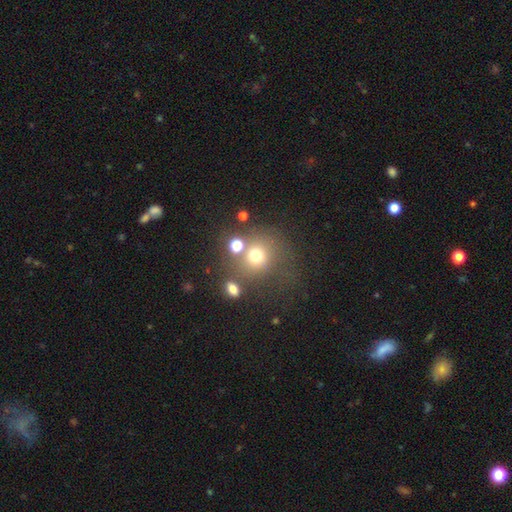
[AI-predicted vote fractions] smooth_or_featured: smooth (p=0.68) [alt: star or artifact p=0.20]
how_rounded: round (p=0.84) [alt: in between p=0.15]
merging: none (p=0.60) [alt: merger p=0.18]